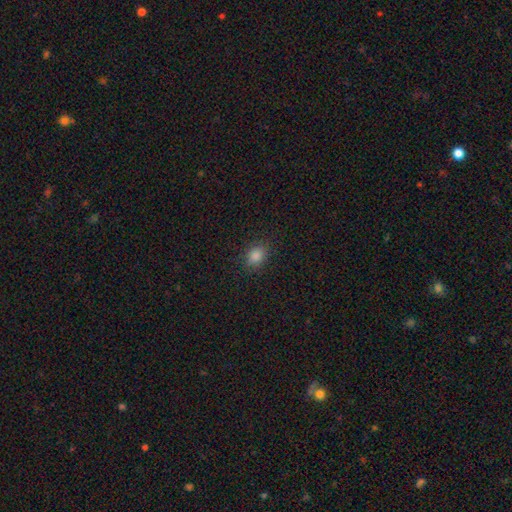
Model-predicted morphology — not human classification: Smooth or featured? Predicted: smooth (p=0.83). How rounded? Predicted: in between (p=0.56). Merging? Predicted: none (p=0.87).